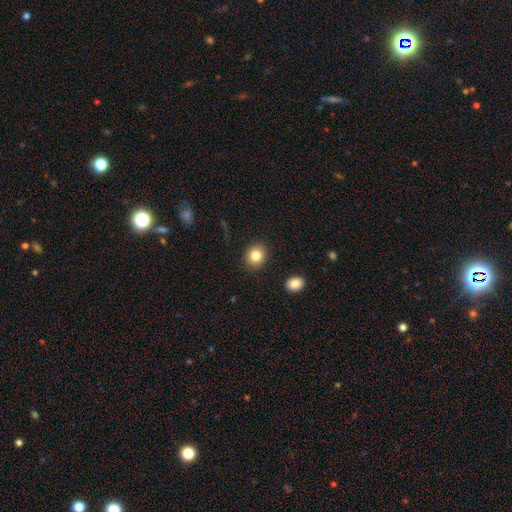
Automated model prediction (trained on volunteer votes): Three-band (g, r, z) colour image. It shows a smooth galaxy with no disk features (83%) that is round (74%). Merging: none (89%).